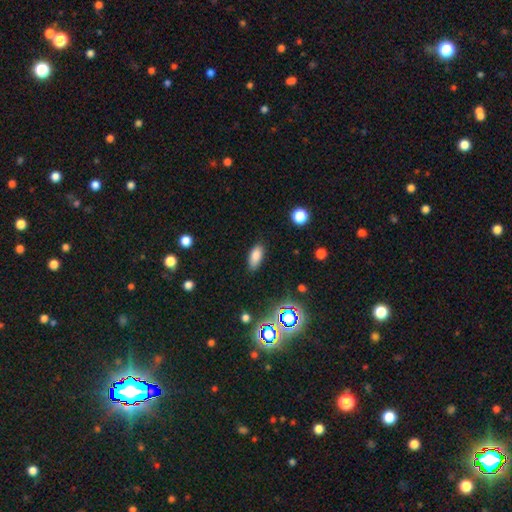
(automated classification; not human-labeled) smooth-or-featured: smooth: 82% | star or artifact: 11% | featured or disk: 6%
  how-rounded: in between: 86% | cigar-shaped: 10% | round: 4%
  merging: none: 84% | minor disturbance: 12% | major disturbance: 3% | merger: 1%